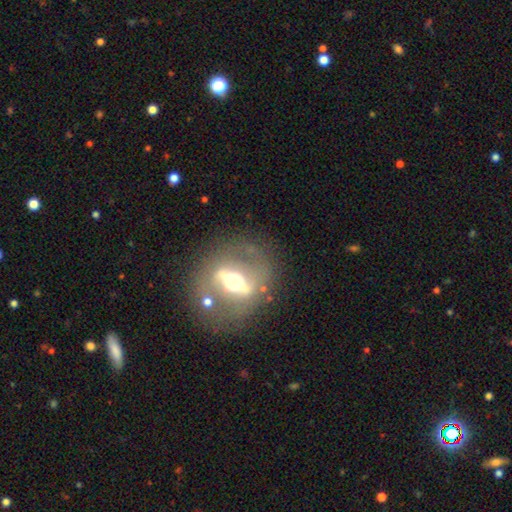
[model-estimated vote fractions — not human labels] Morphology: type=featured or disk (67%); edge-on=no (71%); merging=none (71%).